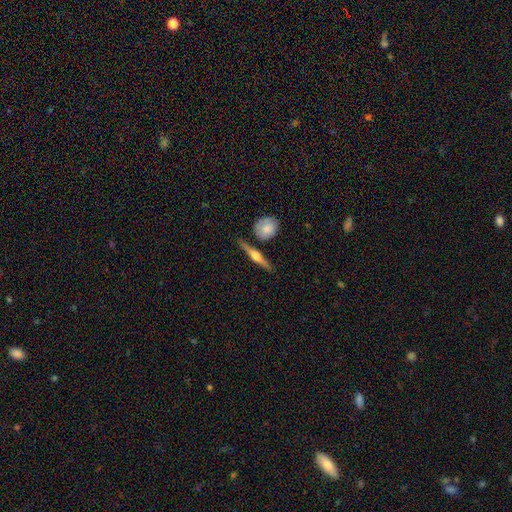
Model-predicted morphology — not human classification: Smooth or featured?
  - featured or disk: 72% *
  - smooth: 23%
  - star or artifact: 5%
Edge-on disk?
  - yes: 96% *
  - no: 4%
Edge-on bulge?
  - rounded: 93% *
  - boxy: 4%
  - none: 3%
Merging?
  - none: 82% *
  - minor disturbance: 10%
  - merger: 6%
  - major disturbance: 3%